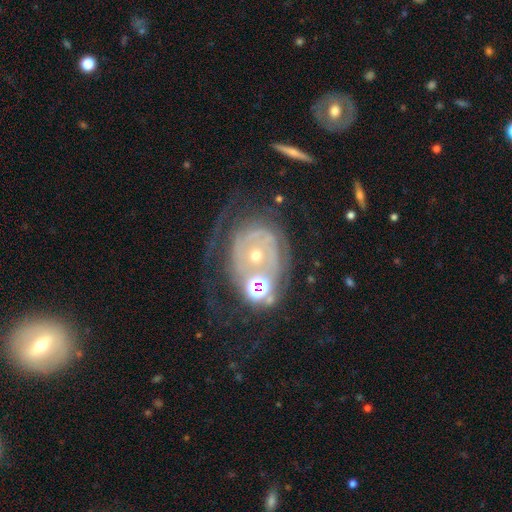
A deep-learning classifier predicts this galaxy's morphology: smooth_or_featured: featured or disk (p=0.75) [alt: smooth p=0.13]
disk_edge_on: no (p=0.96) [alt: yes p=0.04]
bar: no (p=0.81) [alt: weak p=0.14]
has_spiral_arms: yes (p=0.74) [alt: no p=0.26]
spiral_winding: tight (p=0.63) [alt: medium p=0.25]
spiral_arm_count: can't tell (p=0.45) [alt: 2 p=0.24]
bulge_size: small (p=0.58) [alt: moderate p=0.36]
merging: none (p=0.40) [alt: major disturbance p=0.29]